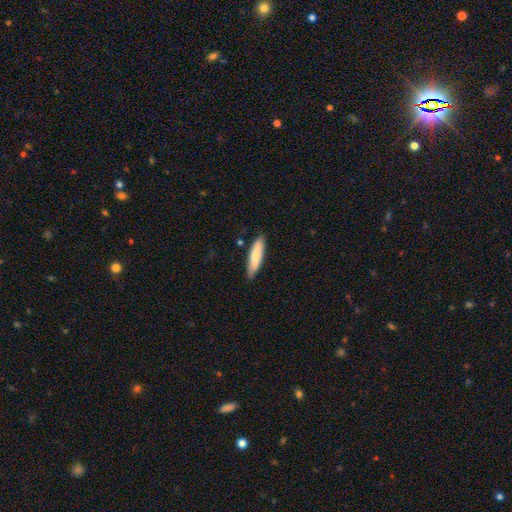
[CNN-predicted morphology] type=smooth (77%); roundness=cigar-shaped (79%); merging=none (84%).